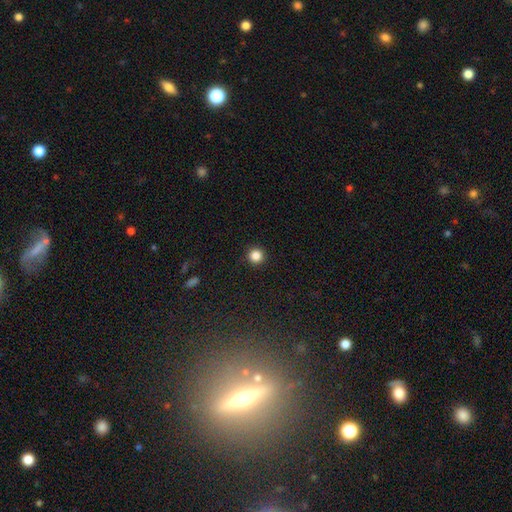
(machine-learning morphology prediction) A smooth galaxy with no disk features (84%) that is round (96%).

Vote fractions:
- Smooth or featured? smooth: 84% / star or artifact: 12% / featured or disk: 4%
- How rounded? round: 96% / in between: 3% / cigar-shaped: 1%
- Merging? none: 93% / minor disturbance: 4% / major disturbance: 2% / merger: 1%